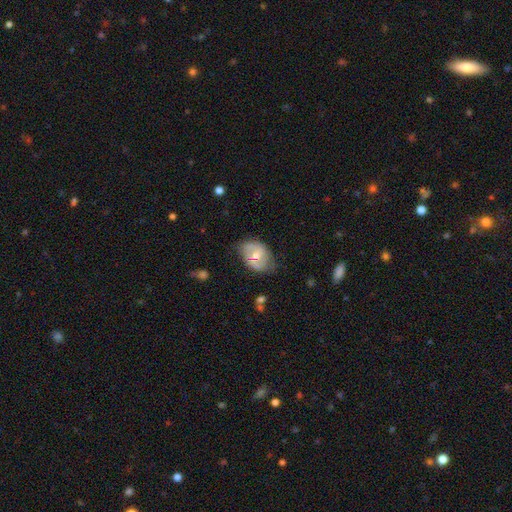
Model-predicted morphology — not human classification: Q: Smooth or featured?
A: featured or disk (58%); runner-up: smooth (36%)
Q: Edge-on disk?
A: no (96%); runner-up: yes (4%)
Q: Bar?
A: no (46%); runner-up: weak (42%)
Q: Spiral arms?
A: yes (67%); runner-up: no (33%)
Q: Bulge size?
A: moderate (64%); runner-up: small (30%)
Q: Merging?
A: none (59%); runner-up: minor disturbance (30%)